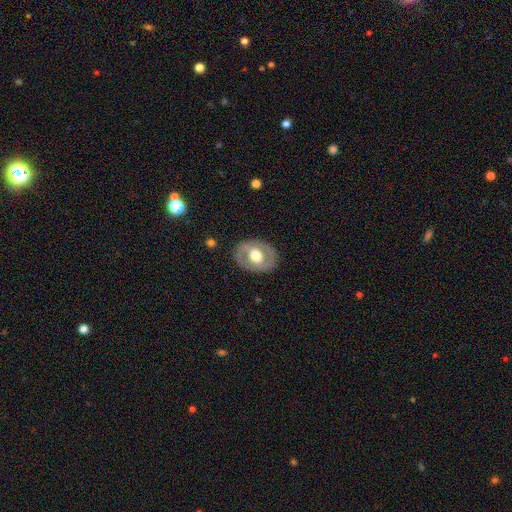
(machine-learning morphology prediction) Q: Smooth or featured?
A: featured or disk (56%); runner-up: smooth (39%)
Q: Edge-on disk?
A: no (94%); runner-up: yes (6%)
Q: Bar?
A: no (70%); runner-up: weak (22%)
Q: Spiral arms?
A: no (71%); runner-up: yes (29%)
Q: Bulge size?
A: moderate (56%); runner-up: large (36%)
Q: Merging?
A: none (83%); runner-up: minor disturbance (11%)